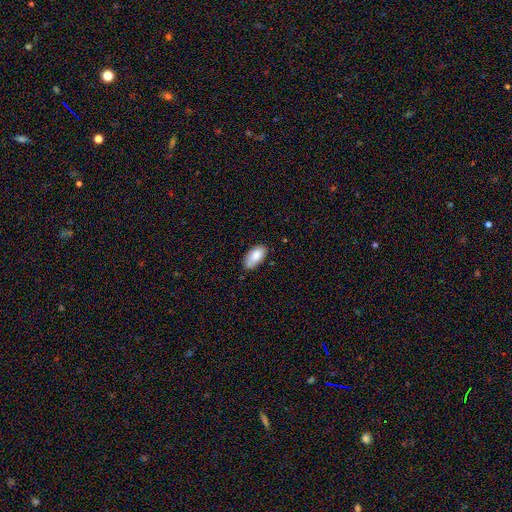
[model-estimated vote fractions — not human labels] A smooth galaxy with no disk features (84%) that is in between round and cigar-shaped (94%).

Vote fractions:
- Smooth or featured? smooth: 84% / featured or disk: 10% / star or artifact: 7%
- How rounded? in between: 94% / cigar-shaped: 4% / round: 2%
- Merging? none: 73% / minor disturbance: 22% / major disturbance: 3% / merger: 2%